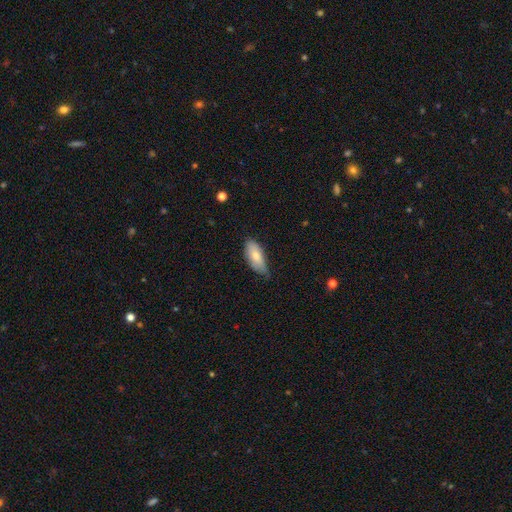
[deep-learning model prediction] smooth_or_featured: smooth (p=0.78) [alt: featured or disk p=0.16]
how_rounded: in between (p=0.84) [alt: cigar-shaped p=0.14]
merging: none (p=0.57) [alt: minor disturbance p=0.36]